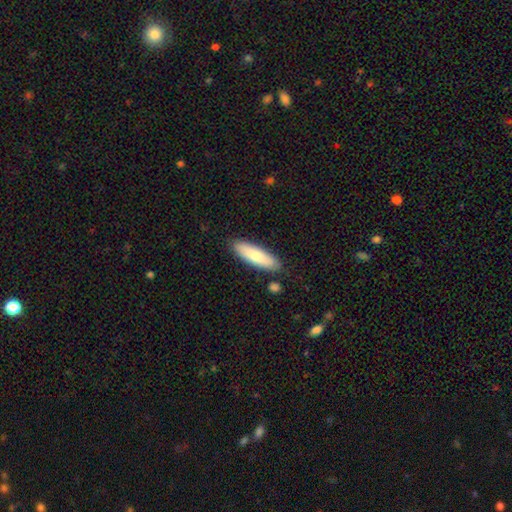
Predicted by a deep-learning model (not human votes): Morphology: type=smooth (78%); roundness=cigar-shaped (54%); merging=none (85%).